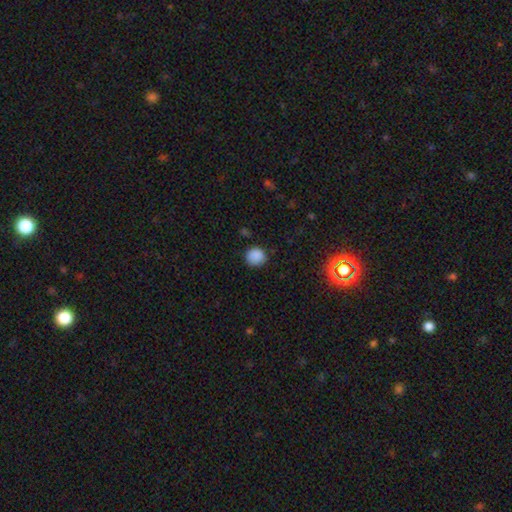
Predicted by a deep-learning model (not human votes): Morphology: type=smooth (87%); roundness=round (89%); merging=none (85%).